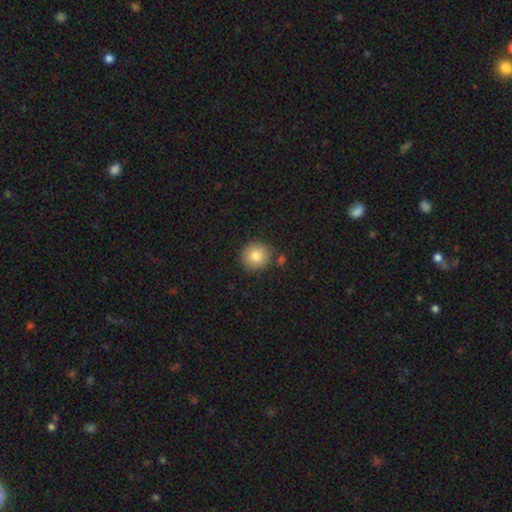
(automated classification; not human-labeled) The model was most divided on "smooth or featured": smooth: 81%, featured or disk: 9%, star or artifact: 9%. More confident: how rounded — round (94%); merging — none (83%).